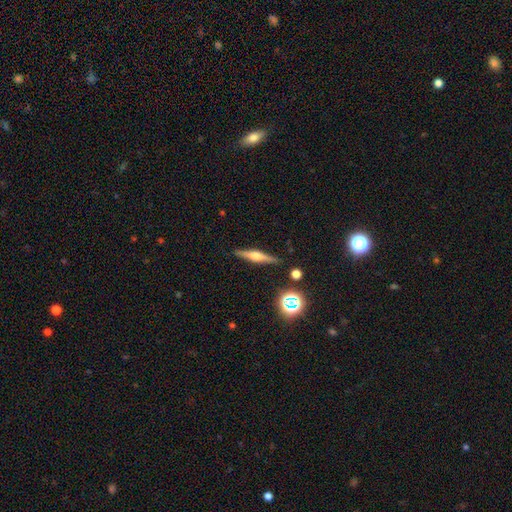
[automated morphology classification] type=featured or disk (68%); edge-on=yes (97%); edge-on bulge=rounded (87%); merging=none (89%).